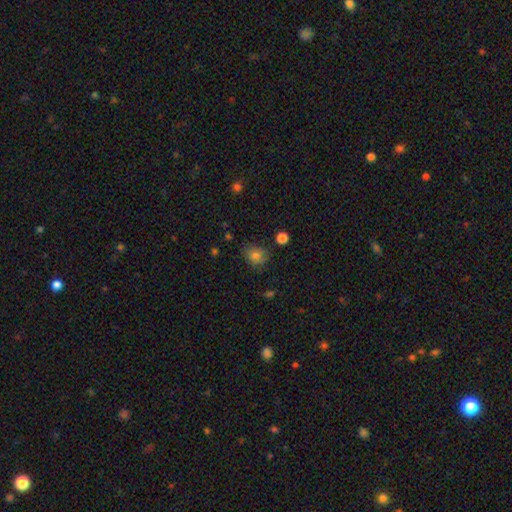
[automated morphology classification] Smooth or featured?
  - smooth: 79% *
  - star or artifact: 12%
  - featured or disk: 9%
How rounded?
  - round: 61% *
  - in between: 38%
  - cigar-shaped: 1%
Merging?
  - none: 73% *
  - minor disturbance: 20%
  - major disturbance: 5%
  - merger: 2%